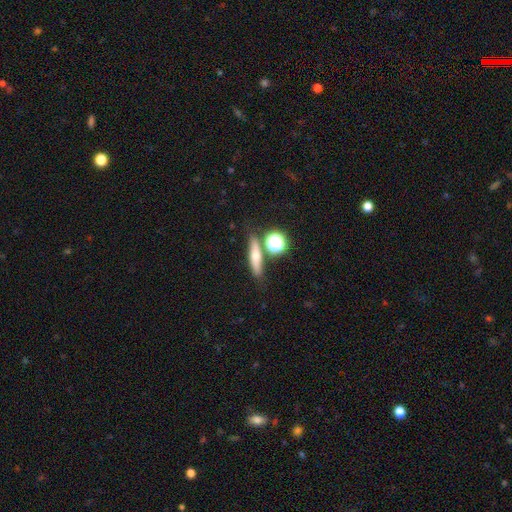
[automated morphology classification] Smooth or featured?
  - smooth: 54% *
  - featured or disk: 33%
  - star or artifact: 13%
How rounded?
  - cigar-shaped: 57% *
  - in between: 28%
  - round: 16%
Merging?
  - none: 74% *
  - minor disturbance: 12%
  - merger: 10%
  - major disturbance: 4%